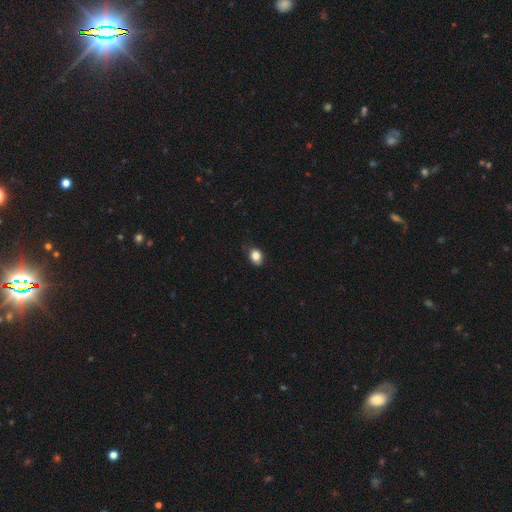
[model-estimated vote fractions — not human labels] A smooth galaxy with no disk features (83%) that is in between round and cigar-shaped (63%).

Vote fractions:
- Smooth or featured? smooth: 83% / star or artifact: 10% / featured or disk: 7%
- How rounded? in between: 63% / round: 36% / cigar-shaped: 1%
- Merging? none: 76% / minor disturbance: 20% / major disturbance: 3% / merger: 1%